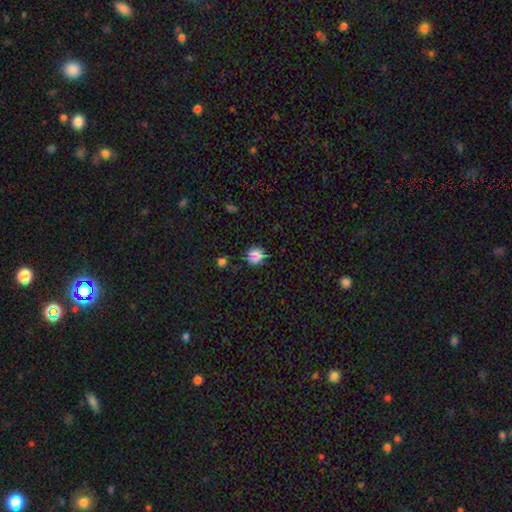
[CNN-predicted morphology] Smooth or featured? Predicted: smooth (p=0.82). How rounded? Predicted: round (p=0.86). Merging? Predicted: none (p=0.74).